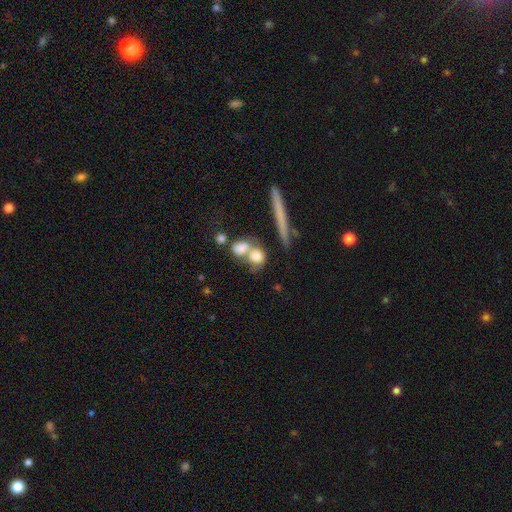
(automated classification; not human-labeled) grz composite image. It shows a smooth galaxy with no disk features (71%) that is round (63%). Merging: merger (42%).